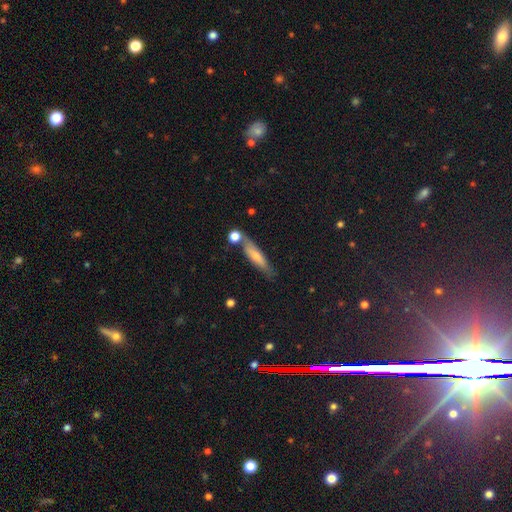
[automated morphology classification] Smooth or featured?
  - smooth: 62% *
  - featured or disk: 31%
  - star or artifact: 6%
How rounded?
  - cigar-shaped: 78% *
  - in between: 20%
  - round: 2%
Merging?
  - none: 63% *
  - minor disturbance: 17%
  - merger: 15%
  - major disturbance: 5%